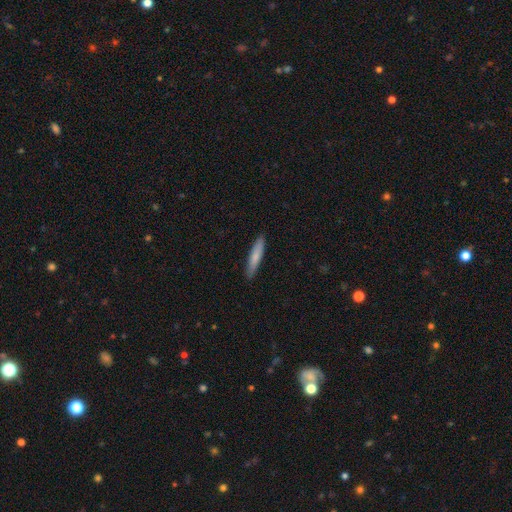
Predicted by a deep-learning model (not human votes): Smooth or featured?
  - smooth: 77% *
  - featured or disk: 17%
  - star or artifact: 6%
How rounded?
  - cigar-shaped: 90% *
  - in between: 9%
  - round: 1%
Merging?
  - none: 89% *
  - minor disturbance: 8%
  - major disturbance: 2%
  - merger: 1%